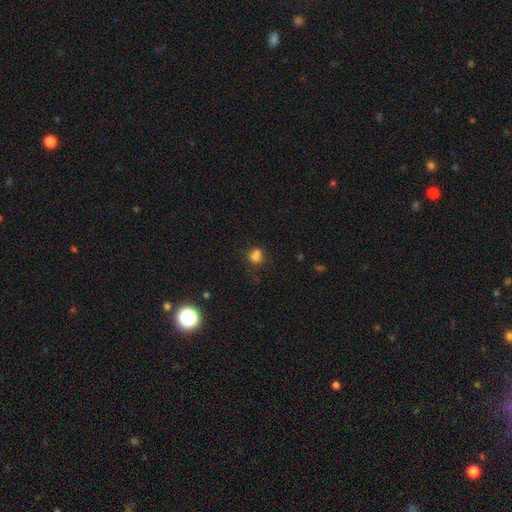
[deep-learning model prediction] This appears to be a smooth galaxy with no disk features (74%) that is round (71%). Merging: none (46%).